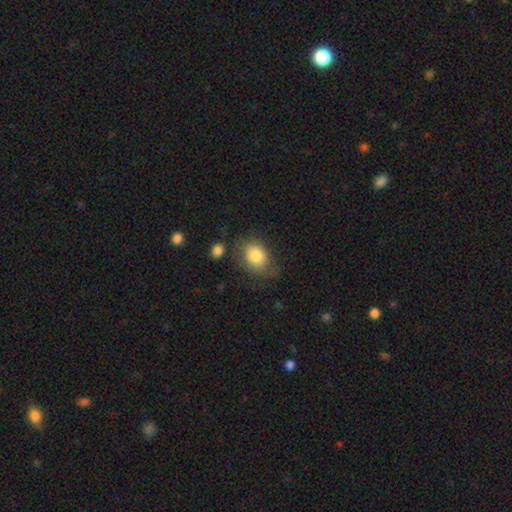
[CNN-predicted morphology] smooth 82%, featured or disk 11%, star or artifact 7%. Down the decision tree: how rounded — in between (60%); merging — none (59%).